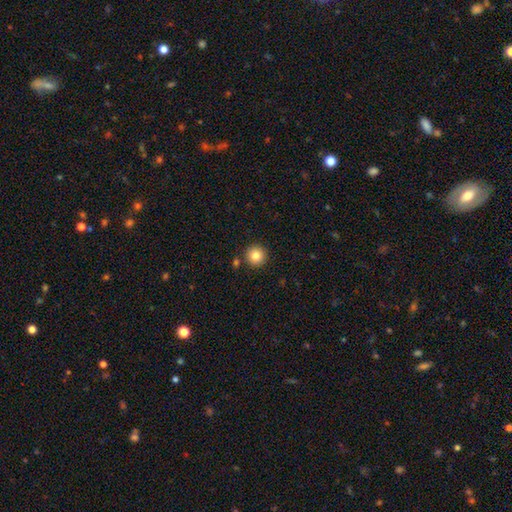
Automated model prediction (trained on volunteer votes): smooth-or-featured: smooth: 83% | star or artifact: 10% | featured or disk: 7%
  how-rounded: round: 96% | in between: 3% | cigar-shaped: 1%
  merging: none: 88% | minor disturbance: 6% | merger: 4% | major disturbance: 2%